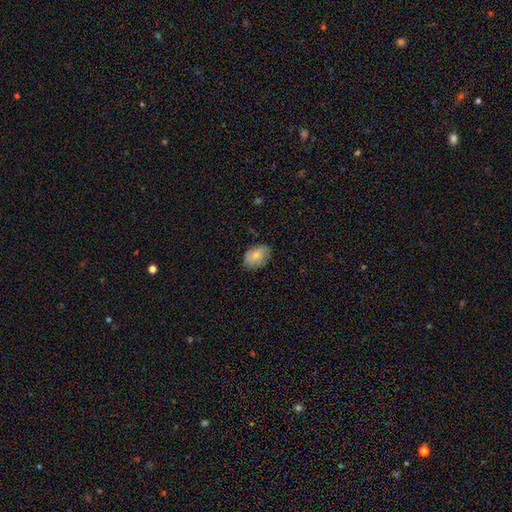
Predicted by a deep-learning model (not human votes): Smooth or featured?
  - smooth: 76% *
  - featured or disk: 17%
  - star or artifact: 7%
How rounded?
  - in between: 83% *
  - round: 15%
  - cigar-shaped: 1%
Merging?
  - none: 76% *
  - minor disturbance: 19%
  - major disturbance: 4%
  - merger: 1%